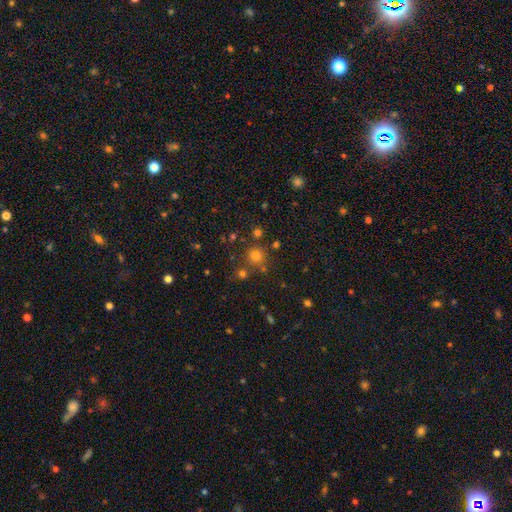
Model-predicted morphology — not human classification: Smooth or featured? smooth (67%)
How rounded? round (92%)
Merging? none (75%)